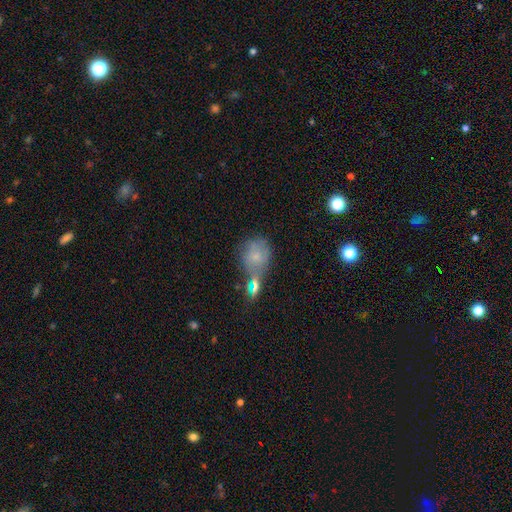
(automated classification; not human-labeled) This is likely a smooth galaxy (64%). How rounded: possibly round (51%). Merging: marginally none (41%).